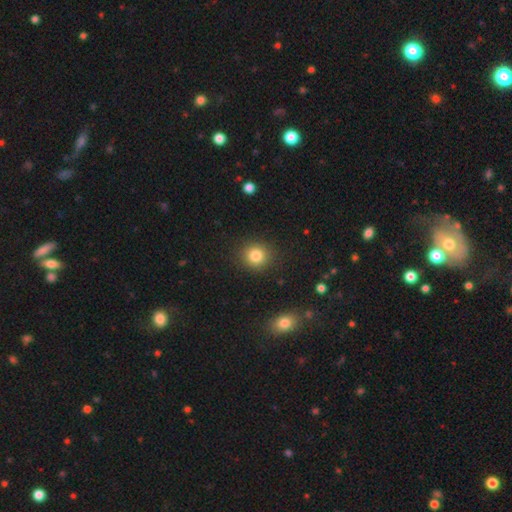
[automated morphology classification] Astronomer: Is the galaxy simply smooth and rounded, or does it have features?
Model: smooth — 84%.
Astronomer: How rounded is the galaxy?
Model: round — 86%.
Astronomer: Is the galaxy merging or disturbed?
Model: none — 88%.